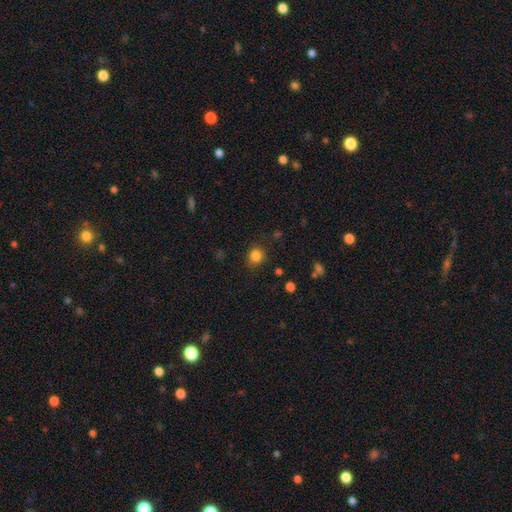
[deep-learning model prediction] This appears to be a smooth galaxy with no disk features (84%) that is round (85%). Merging: none (84%).